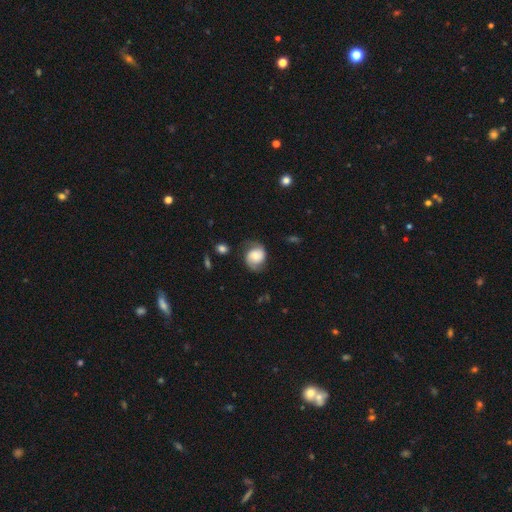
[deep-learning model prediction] Morphology: type=featured or disk (53%); edge-on=no (97%); bar=no (61%); spiral arms=yes (88%); bulge=moderate (38%); merging=none (66%).